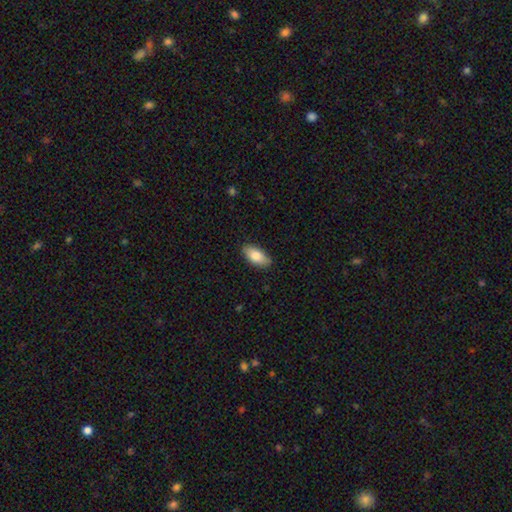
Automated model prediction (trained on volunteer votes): A smooth galaxy with no disk features (82%) that is in between round and cigar-shaped (91%). Merging: none (87%).